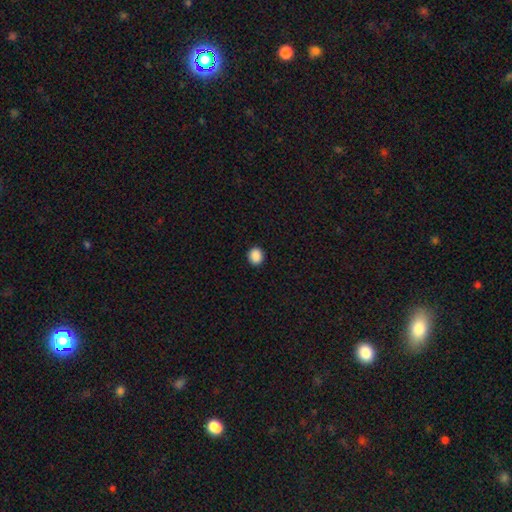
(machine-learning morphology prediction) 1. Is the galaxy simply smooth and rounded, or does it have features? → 89% smooth, 9% star or artifact, 2% featured or disk.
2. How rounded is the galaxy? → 79% round, 20% in between, 1% cigar-shaped.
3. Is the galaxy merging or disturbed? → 92% none, 5% minor disturbance, 2% major disturbance, 1% merger.